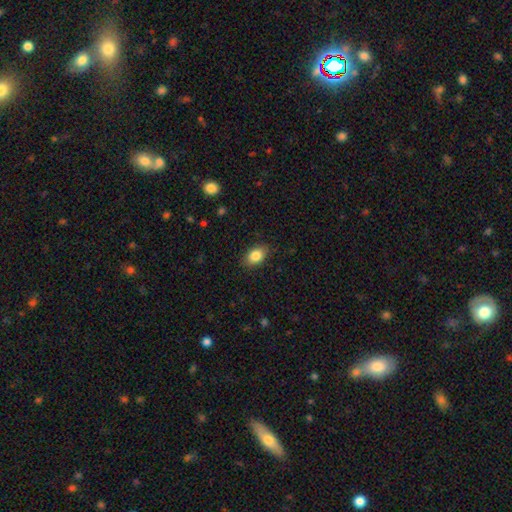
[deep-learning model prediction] A smooth galaxy with no disk features (85%) that is in between round and cigar-shaped (83%). Merging: none (85%).